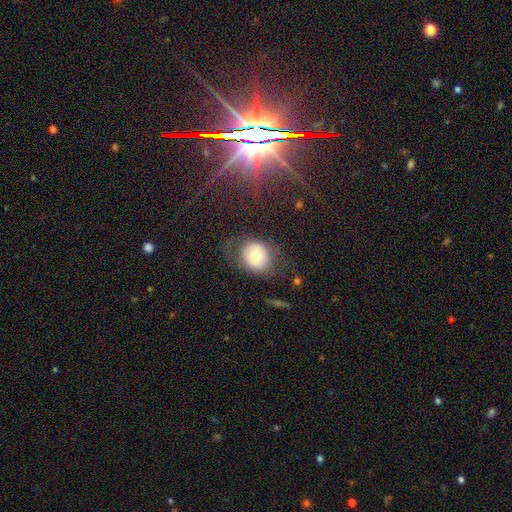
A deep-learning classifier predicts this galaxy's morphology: Q: Smooth or featured?
A: smooth (66%); runner-up: featured or disk (25%)
Q: How rounded?
A: round (69%); runner-up: in between (30%)
Q: Merging?
A: none (68%); runner-up: minor disturbance (17%)